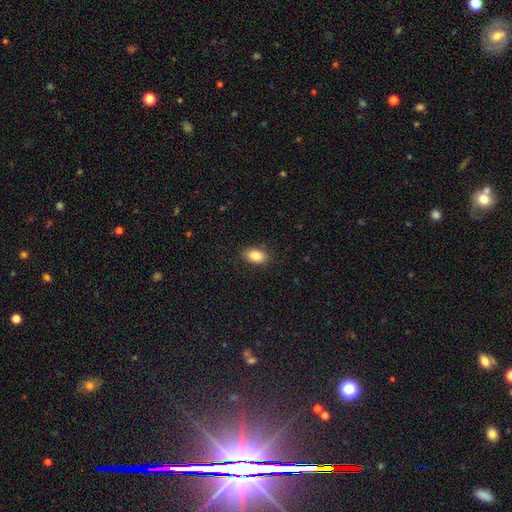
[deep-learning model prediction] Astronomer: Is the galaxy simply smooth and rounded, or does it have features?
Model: smooth — 87%.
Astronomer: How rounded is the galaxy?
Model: in between — 91%.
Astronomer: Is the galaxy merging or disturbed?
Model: none — 87%.